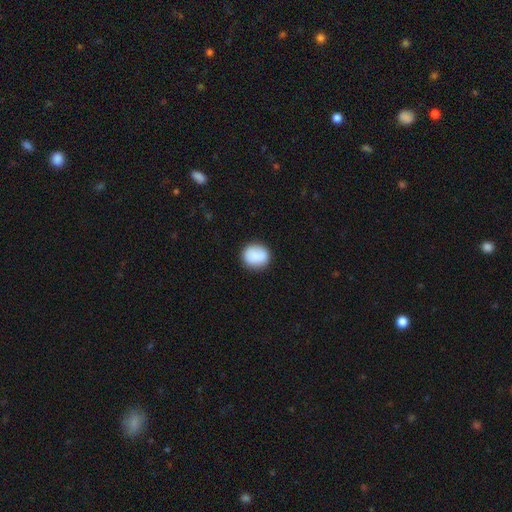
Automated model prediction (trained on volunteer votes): Overall: smooth (87%). How rounded: round (78%). Merging: none (85%).